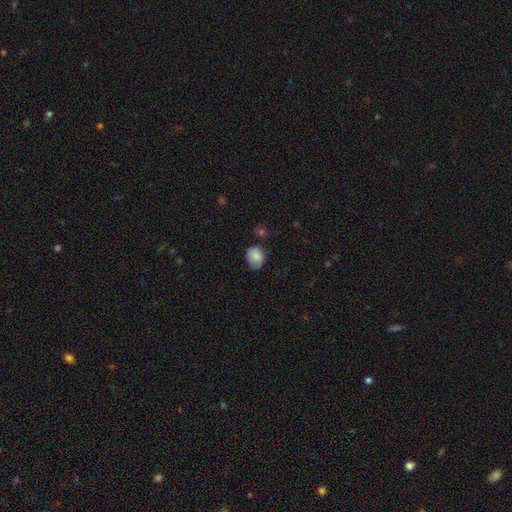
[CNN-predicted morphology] smooth-or-featured: smooth: 82% | featured or disk: 9% | star or artifact: 8%
  how-rounded: round: 50% | in between: 49% | cigar-shaped: 1%
  merging: none: 57% | minor disturbance: 32% | major disturbance: 8% | merger: 3%